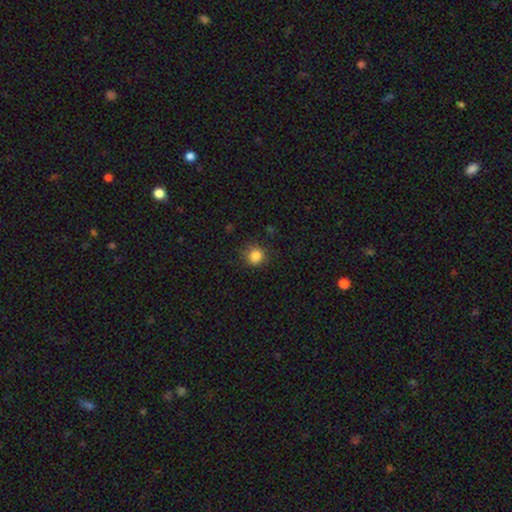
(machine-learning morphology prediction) A smooth galaxy with no disk features (85%) that is round (87%). Merging: none (81%).